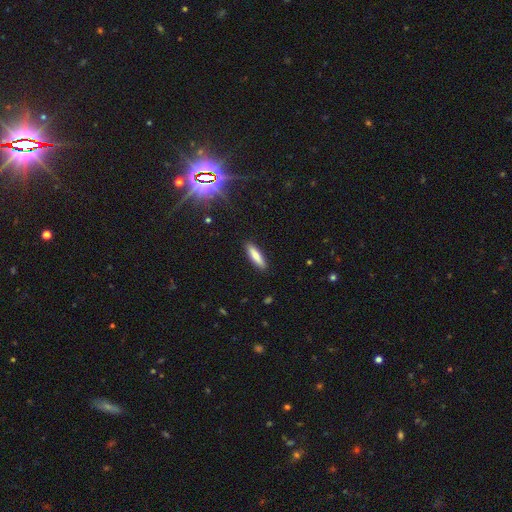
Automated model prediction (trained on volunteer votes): smooth 76%, featured or disk 16%, star or artifact 8%. Down the decision tree: how rounded — cigar-shaped (68%); merging — none (90%).